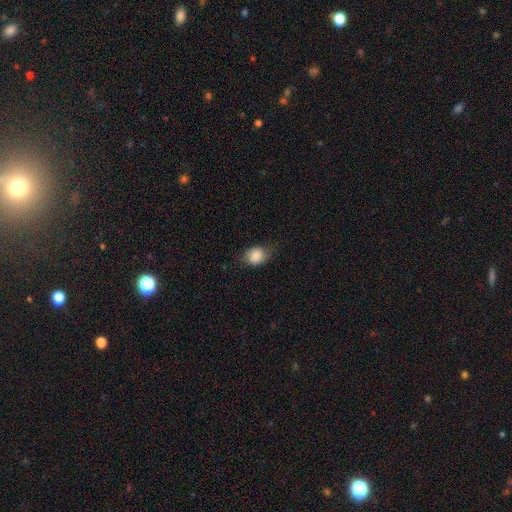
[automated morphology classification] This appears to be a smooth galaxy with no disk features (84%) that is in between round and cigar-shaped (64%). Merging: none (65%).